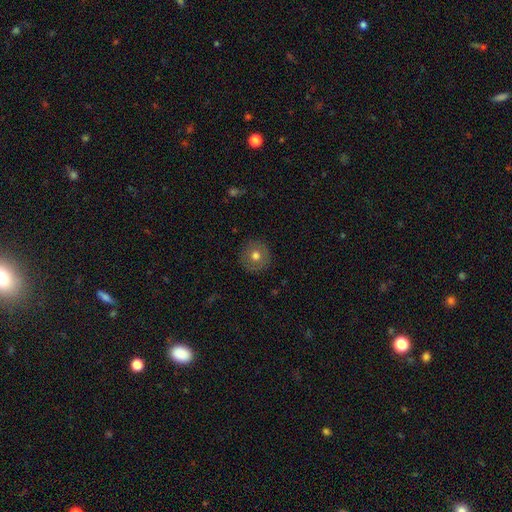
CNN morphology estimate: Smooth or featured: smooth — 70% (featured or disk — 20%)
How rounded: round — 94% (in between — 5%)
Merging: none — 89% (minor disturbance — 7%)